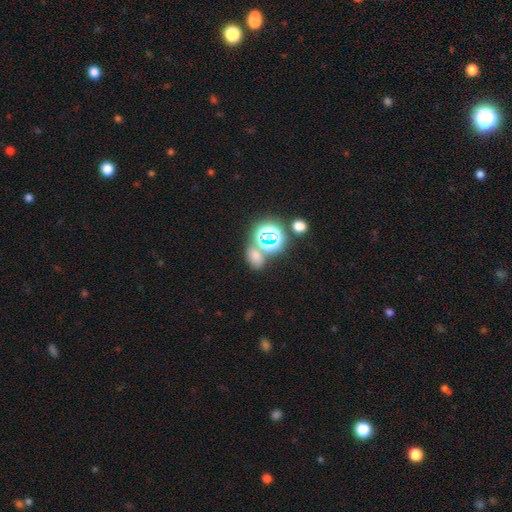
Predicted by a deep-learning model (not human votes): Smooth or featured: smooth — 52% (star or artifact — 40%)
How rounded: in between — 65% (round — 33%)
Merging: none — 58% (merger — 23%)